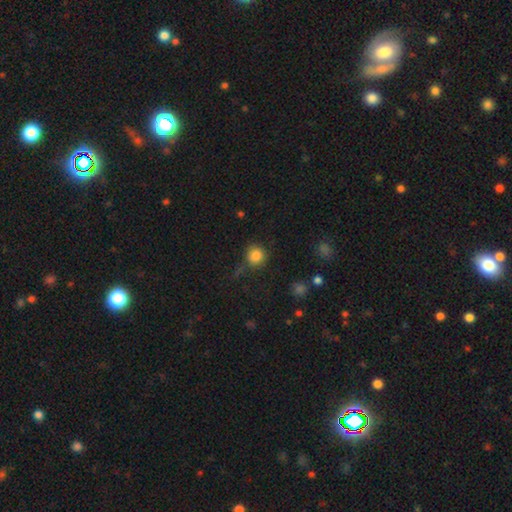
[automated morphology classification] smooth-or-featured: smooth: 83% | star or artifact: 12% | featured or disk: 5%
  how-rounded: round: 91% | in between: 8% | cigar-shaped: 1%
  merging: none: 74% | minor disturbance: 15% | major disturbance: 6% | merger: 4%